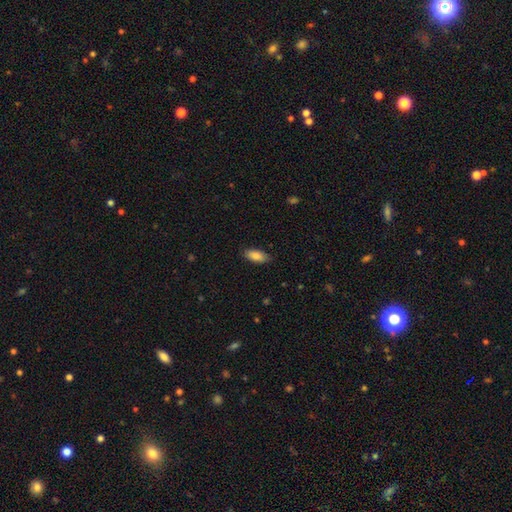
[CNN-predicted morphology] Smooth or featured? smooth (85%)
How rounded? in between (86%)
Merging? none (86%)